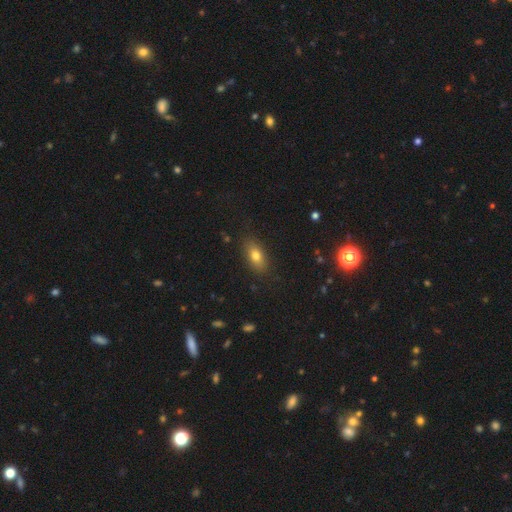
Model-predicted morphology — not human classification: Overall: smooth (75%). How rounded: in between (82%). Merging: none (84%).